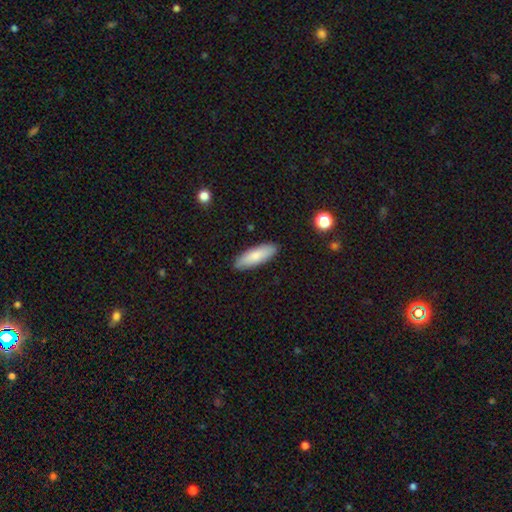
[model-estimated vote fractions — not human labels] smooth_or_featured: smooth (p=0.81) [alt: featured or disk p=0.13]
how_rounded: in between (p=0.52) [alt: cigar-shaped p=0.46]
merging: none (p=0.89) [alt: minor disturbance p=0.08]